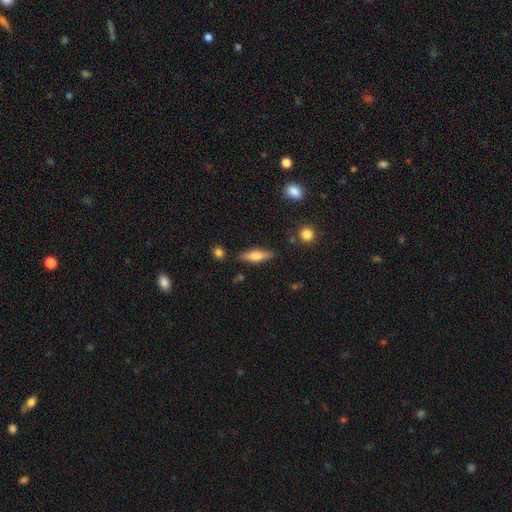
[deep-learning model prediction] Morphology: type=smooth (50%); merging=none (83%).